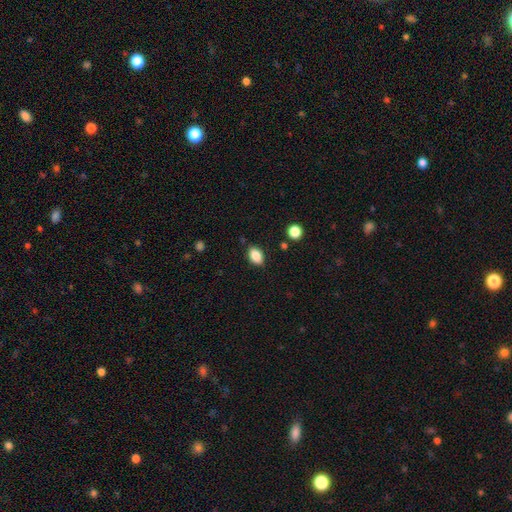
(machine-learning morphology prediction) Smooth or featured? smooth (86%)
How rounded? in between (86%)
Merging? none (85%)